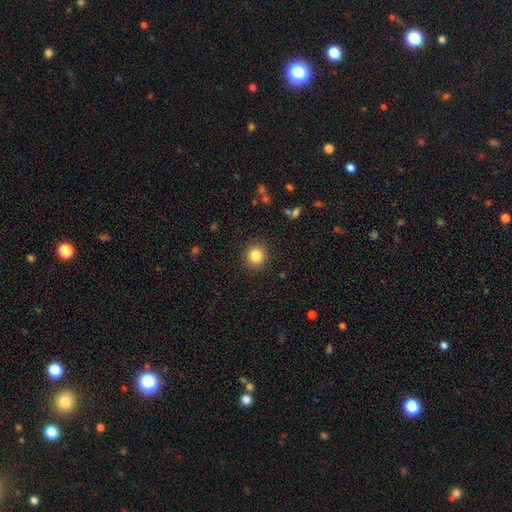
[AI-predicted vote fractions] Overall: smooth (84%). How rounded: round (93%). Merging: none (91%).